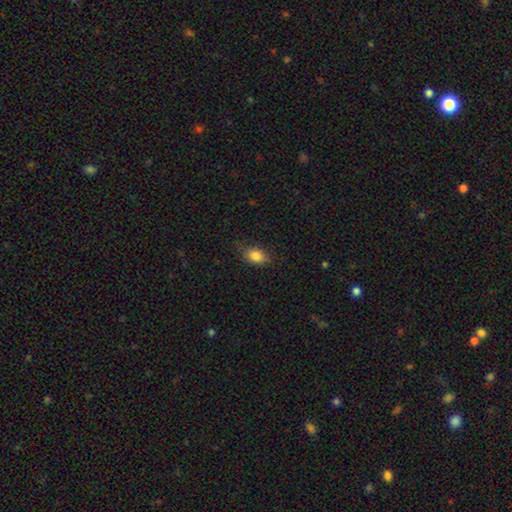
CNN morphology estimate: Smooth or featured? smooth (85%)
How rounded? in between (79%)
Merging? none (79%)